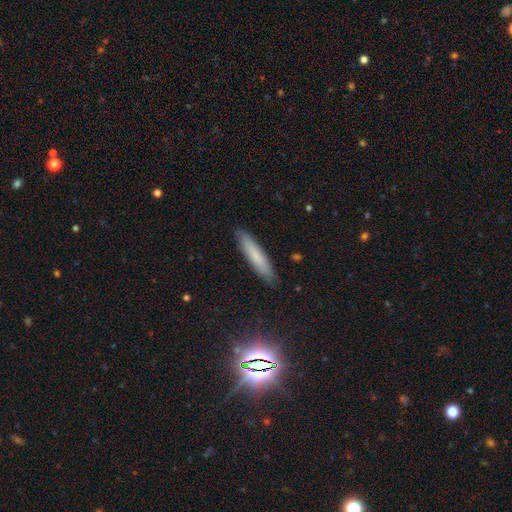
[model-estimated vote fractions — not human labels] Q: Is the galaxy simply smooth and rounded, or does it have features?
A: smooth — 72%.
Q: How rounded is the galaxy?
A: cigar-shaped — 85%.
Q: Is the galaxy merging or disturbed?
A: none — 88%.